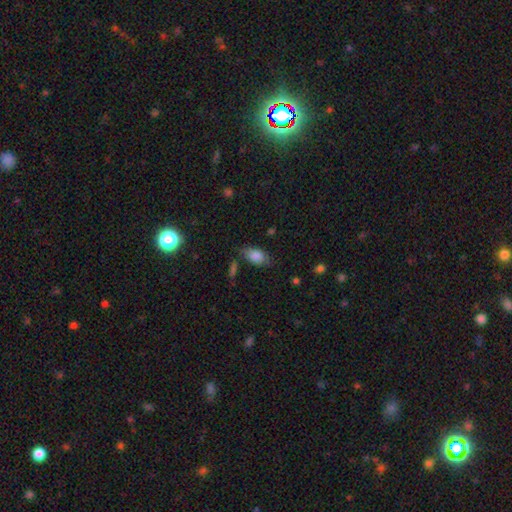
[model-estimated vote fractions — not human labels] smooth 83%, featured or disk 9%, star or artifact 8%. Down the decision tree: how rounded — in between (90%); merging — none (66%).